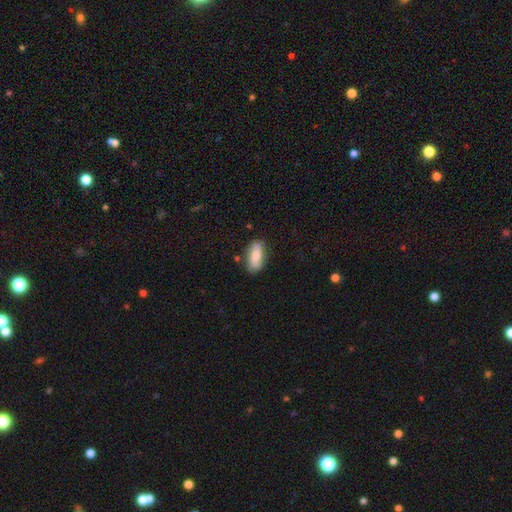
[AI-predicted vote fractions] Smooth or featured?
  - smooth: 69% *
  - featured or disk: 25%
  - star or artifact: 6%
How rounded?
  - in between: 86% *
  - cigar-shaped: 11%
  - round: 3%
Merging?
  - none: 77% *
  - minor disturbance: 17%
  - major disturbance: 3%
  - merger: 3%